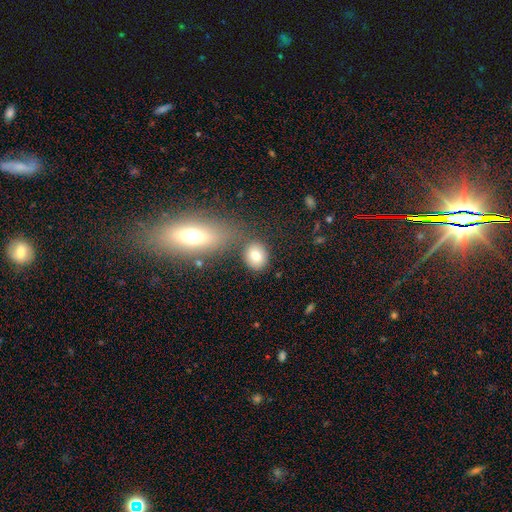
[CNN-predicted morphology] smooth 77%, featured or disk 12%, star or artifact 11%. Down the decision tree: how rounded — round (68%); merging — none (75%).